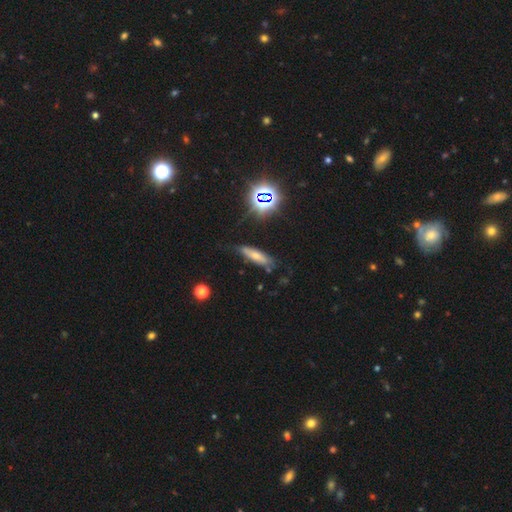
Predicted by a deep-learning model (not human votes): Smooth or featured? Predicted: smooth (p=0.57). How rounded? Predicted: cigar-shaped (p=0.61). Merging? Predicted: none (p=0.69).